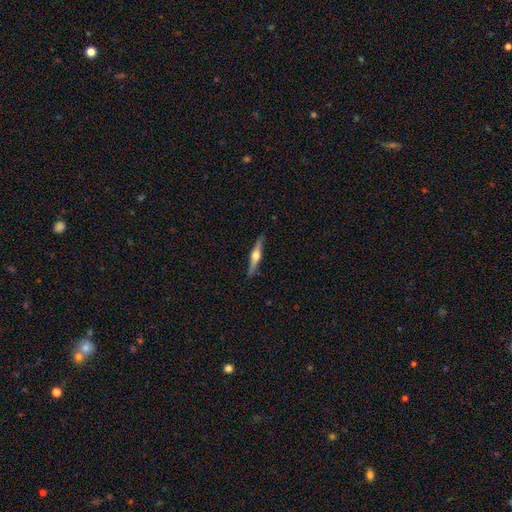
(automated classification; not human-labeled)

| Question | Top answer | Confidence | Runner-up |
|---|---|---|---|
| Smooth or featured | featured or disk | 71% | smooth (24%) |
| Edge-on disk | yes | 97% | no (3%) |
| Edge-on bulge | rounded | 95% | boxy (3%) |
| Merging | none | 90% | minor disturbance (7%) |